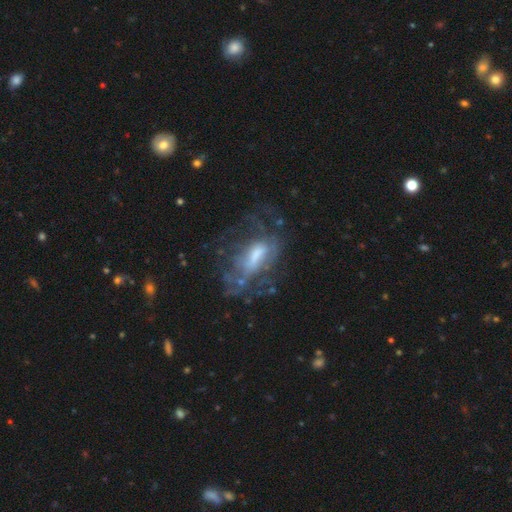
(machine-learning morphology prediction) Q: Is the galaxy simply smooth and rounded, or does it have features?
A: featured or disk — 68%.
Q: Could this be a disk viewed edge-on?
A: no — 92%.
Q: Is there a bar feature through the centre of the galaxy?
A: weak — 41%.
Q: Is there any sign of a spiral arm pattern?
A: yes — 55%.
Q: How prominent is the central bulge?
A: moderate — 41%.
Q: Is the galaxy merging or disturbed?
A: none — 42%.